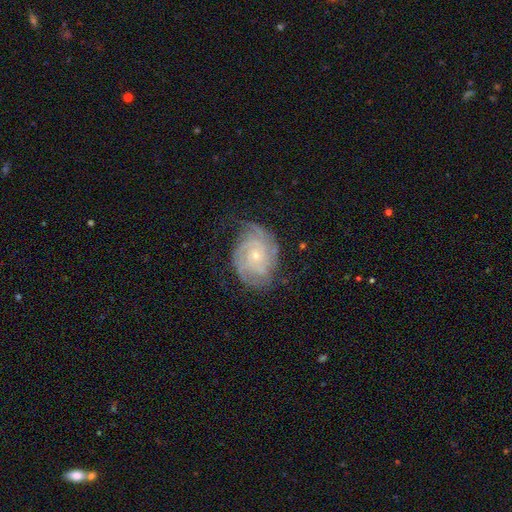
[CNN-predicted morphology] smooth_or_featured: featured or disk (p=0.85) [alt: smooth p=0.08]
disk_edge_on: no (p=0.97) [alt: yes p=0.03]
bar: no (p=0.76) [alt: weak p=0.20]
has_spiral_arms: yes (p=0.96) [alt: no p=0.04]
spiral_winding: tight (p=0.69) [alt: medium p=0.25]
spiral_arm_count: can't tell (p=0.28) [alt: 3 p=0.22]
bulge_size: small (p=0.76) [alt: moderate p=0.21]
merging: none (p=0.68) [alt: minor disturbance p=0.21]